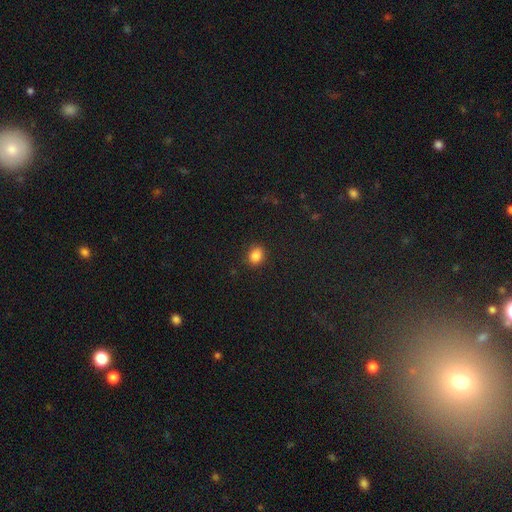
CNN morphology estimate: Q: Smooth or featured?
A: smooth (85%); runner-up: star or artifact (11%)
Q: How rounded?
A: round (57%); runner-up: in between (42%)
Q: Merging?
A: none (88%); runner-up: minor disturbance (8%)